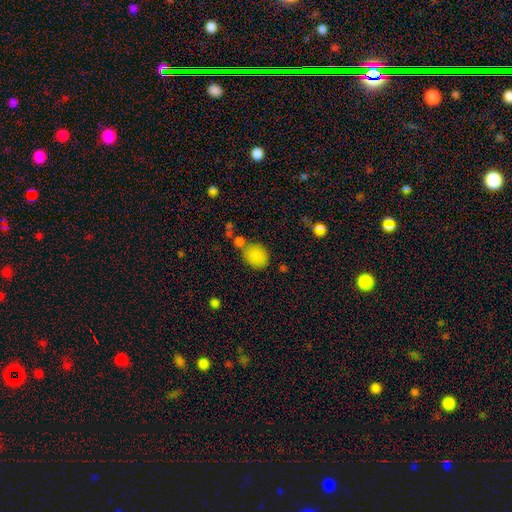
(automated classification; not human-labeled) A smooth galaxy with no disk features (85%) that is round (60%). Merging: none (62%).